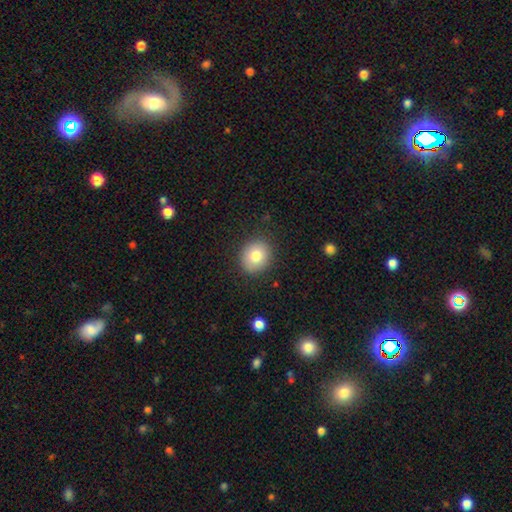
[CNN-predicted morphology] Smooth or featured? Predicted: smooth (p=0.80). How rounded? Predicted: round (p=0.75). Merging? Predicted: none (p=0.86).